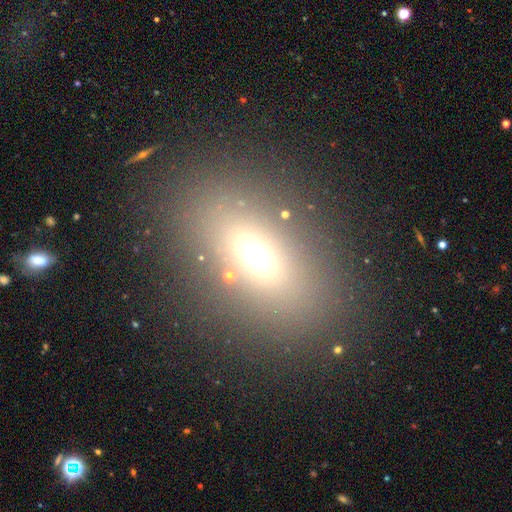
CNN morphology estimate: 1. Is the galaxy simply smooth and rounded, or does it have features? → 60% smooth, 22% star or artifact, 18% featured or disk.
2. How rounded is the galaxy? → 77% in between, 16% round, 7% cigar-shaped.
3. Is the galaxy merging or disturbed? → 81% none, 10% minor disturbance, 6% major disturbance, 3% merger.